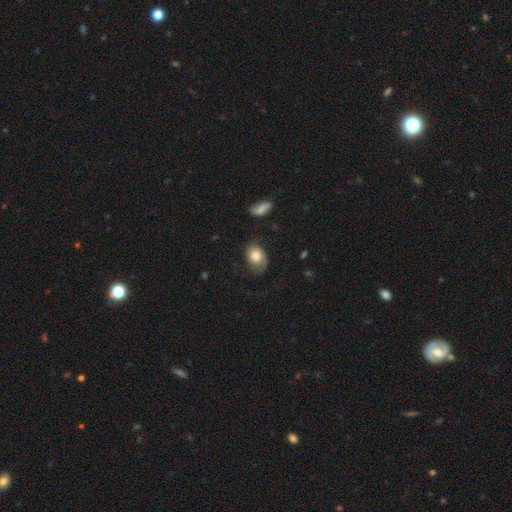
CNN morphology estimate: Overall: smooth (74%). How rounded: in between (72%). Merging: none (56%; minor disturbance 28%).